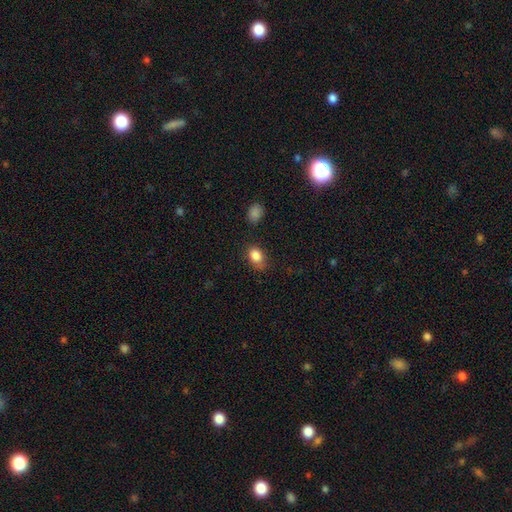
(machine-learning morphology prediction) smooth-or-featured: smooth: 86% | star or artifact: 9% | featured or disk: 6%
  how-rounded: in between: 76% | round: 22% | cigar-shaped: 1%
  merging: none: 73% | minor disturbance: 20% | major disturbance: 4% | merger: 3%